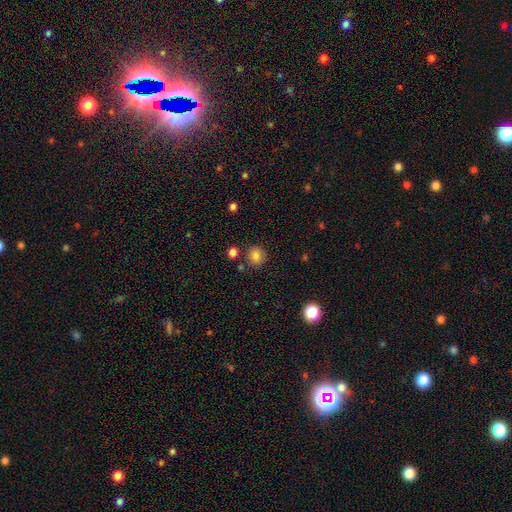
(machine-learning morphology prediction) A smooth galaxy with no disk features (84%) that is round (87%). Merging: none (83%).